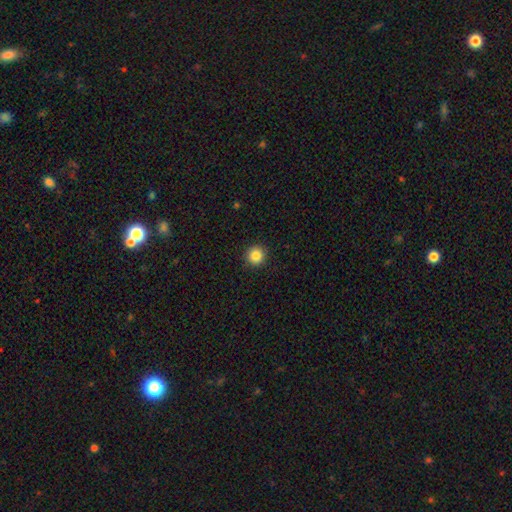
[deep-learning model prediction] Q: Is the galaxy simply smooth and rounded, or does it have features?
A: smooth — 85%.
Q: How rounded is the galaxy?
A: round — 95%.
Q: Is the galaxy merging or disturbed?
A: none — 92%.